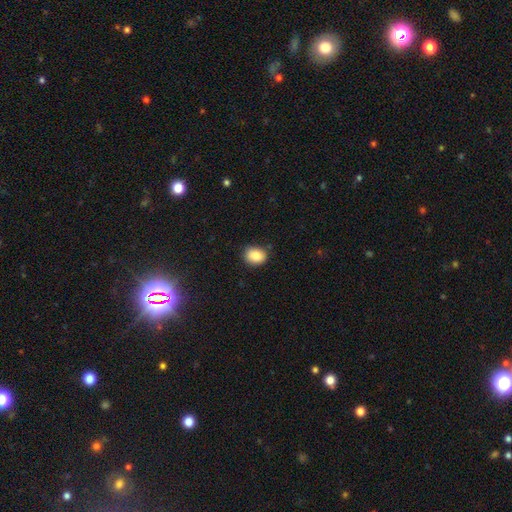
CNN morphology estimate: A smooth galaxy with no disk features (85%) that is in between round and cigar-shaped (57%). Merging: none (82%).